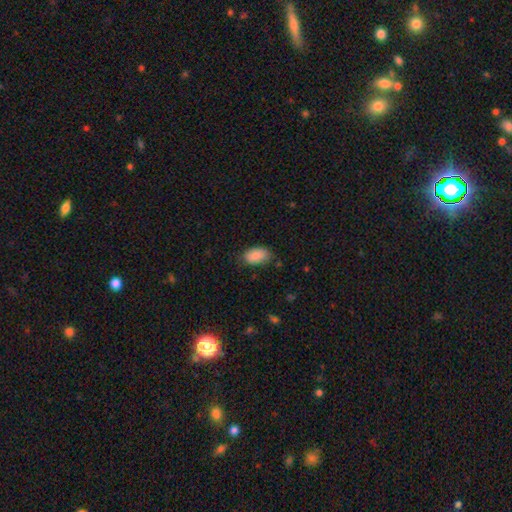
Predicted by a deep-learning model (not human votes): A smooth galaxy with no disk features (88%) that is in between round and cigar-shaped (93%).

Vote fractions:
- Smooth or featured? smooth: 88% / star or artifact: 7% / featured or disk: 5%
- How rounded? in between: 93% / round: 6% / cigar-shaped: 1%
- Merging? none: 74% / minor disturbance: 21% / major disturbance: 4% / merger: 1%